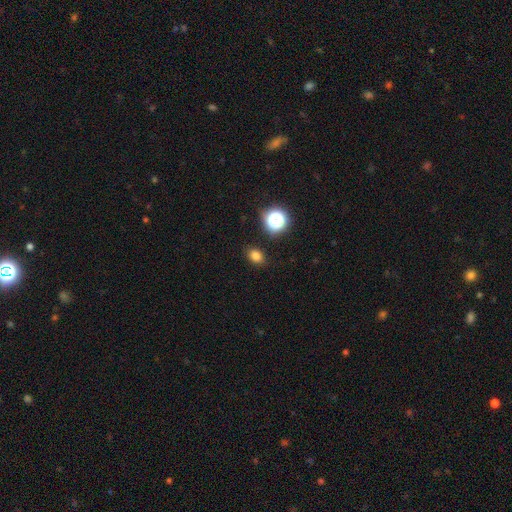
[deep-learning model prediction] A smooth galaxy with no disk features (78%) that is in between round and cigar-shaped (65%). Merging: none (87%).